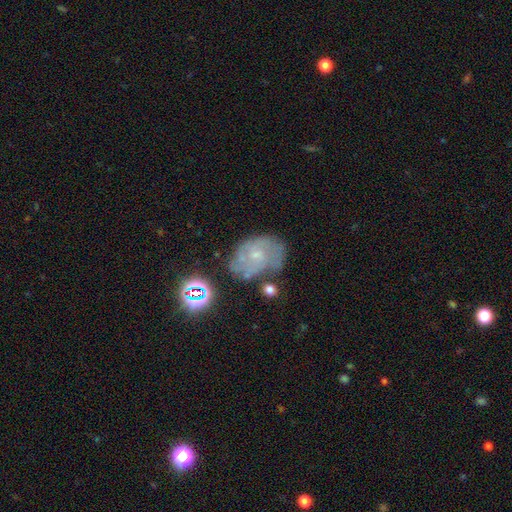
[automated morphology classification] A featured or disk galaxy (62%) with no bar (72%), spiral arms (82%) and a small central bulge (65%). Merging: none (61%).